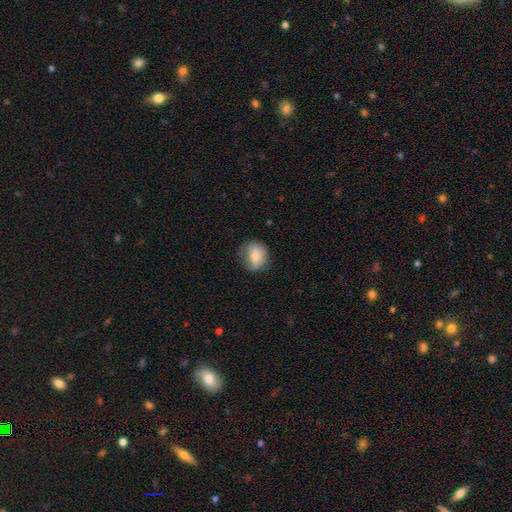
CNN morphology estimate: Smooth or featured? smooth (77%)
How rounded? round (63%)
Merging? none (71%)